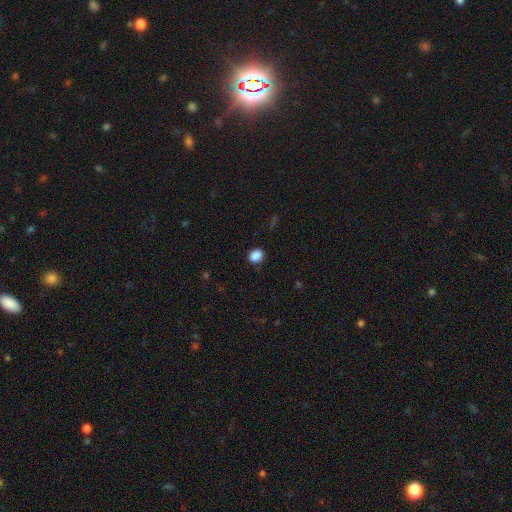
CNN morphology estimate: Smooth or featured? Predicted: smooth (p=0.87). How rounded? Predicted: round (p=0.59). Merging? Predicted: none (p=0.85).